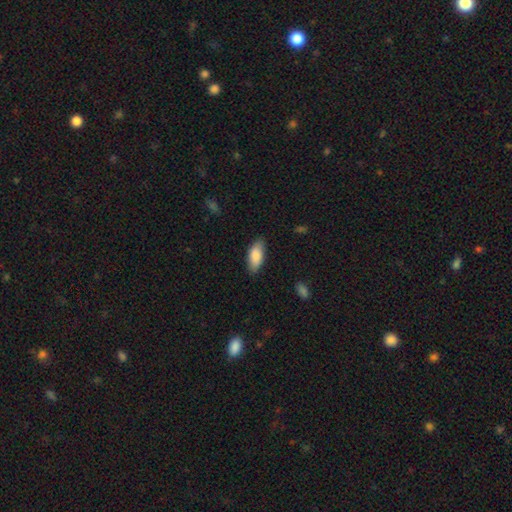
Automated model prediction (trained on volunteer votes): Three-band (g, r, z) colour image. It shows a smooth galaxy with no disk features (86%) that is in between round and cigar-shaped (86%). Merging: none (83%).